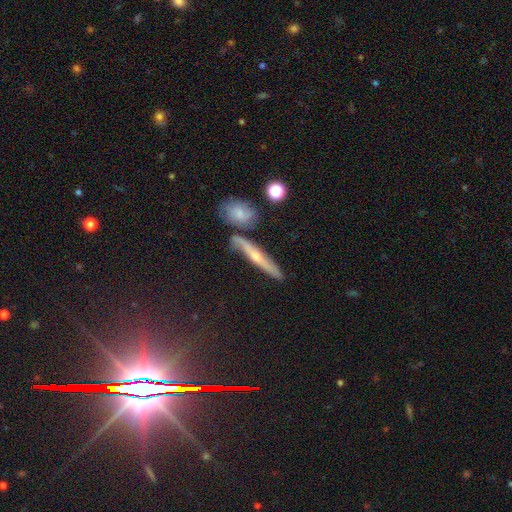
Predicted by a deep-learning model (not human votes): A featured or disk galaxy (56%) viewed edge-on (88%). Merging: none (73%).